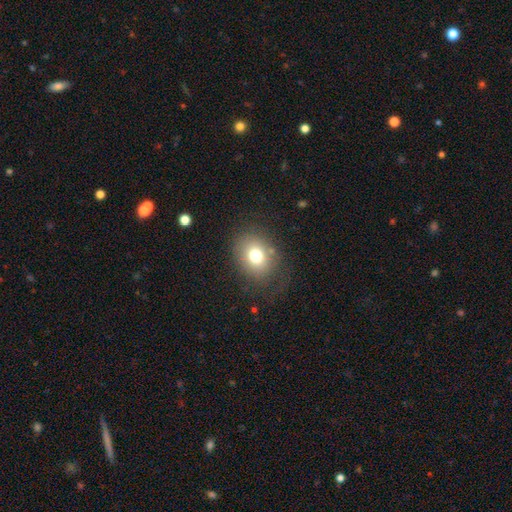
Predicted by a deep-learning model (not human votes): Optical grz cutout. It shows a smooth galaxy with no disk features (73%) that is round (50%). Merging: none (76%).